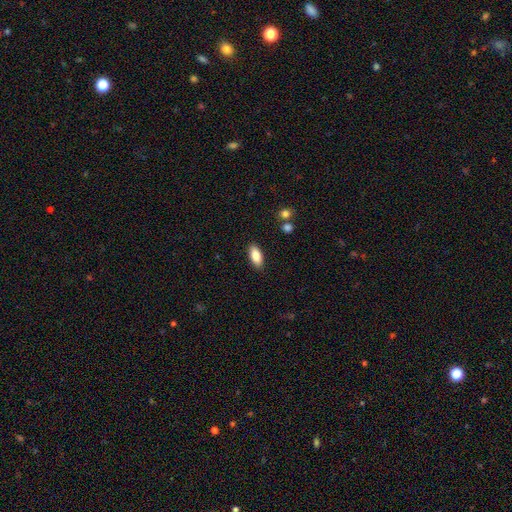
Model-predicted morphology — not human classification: Overall: smooth (84%). How rounded: in between (86%). Merging: none (88%).